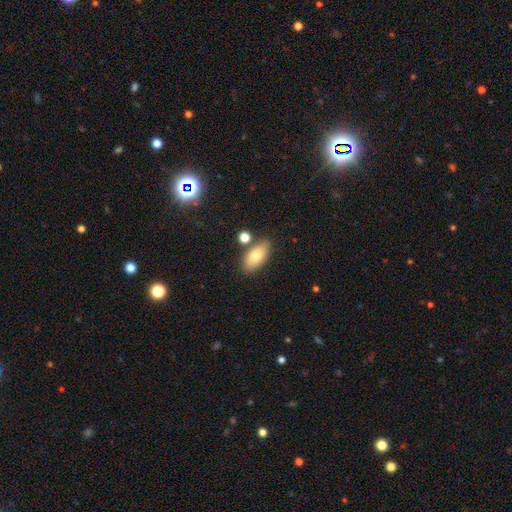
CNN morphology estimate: Smooth or featured? Predicted: smooth (p=0.77). How rounded? Predicted: in between (p=0.91). Merging? Predicted: none (p=0.75).